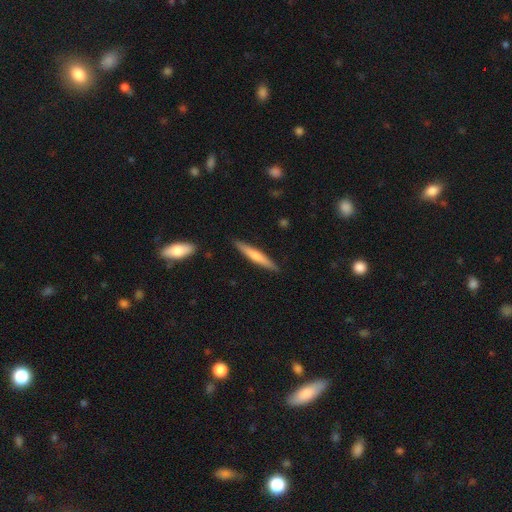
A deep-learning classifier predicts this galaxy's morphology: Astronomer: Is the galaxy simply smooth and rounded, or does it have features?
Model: smooth — 61%.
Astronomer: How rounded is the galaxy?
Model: cigar-shaped — 93%.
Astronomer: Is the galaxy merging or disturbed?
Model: none — 90%.